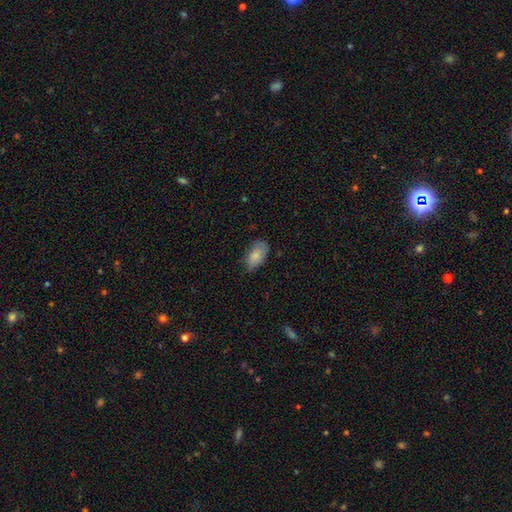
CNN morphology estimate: Smooth or featured? smooth (82%)
How rounded? in between (93%)
Merging? none (66%)